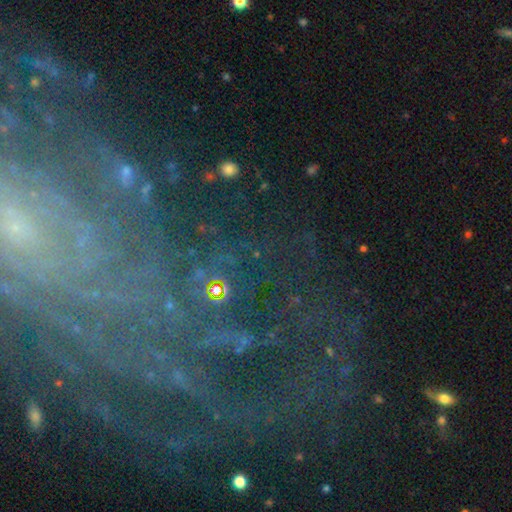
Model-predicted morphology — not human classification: Q: Smooth or featured?
A: featured or disk (54%); runner-up: star or artifact (32%)
Q: Edge-on disk?
A: no (90%); runner-up: yes (10%)
Q: Merging?
A: none (69%); runner-up: minor disturbance (15%)